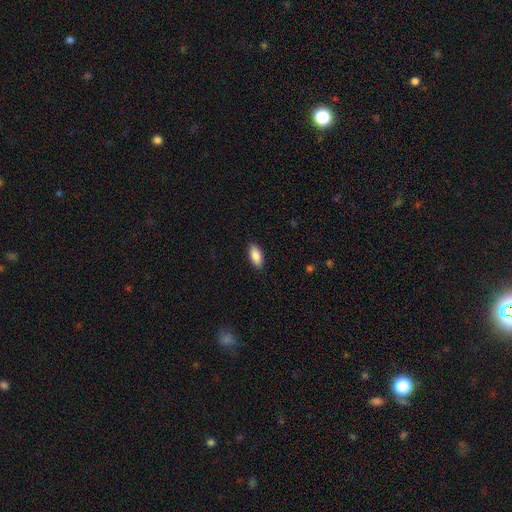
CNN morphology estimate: This is clearly a smooth galaxy (88%). How rounded: clearly in between (88%). Merging: clearly none (89%).